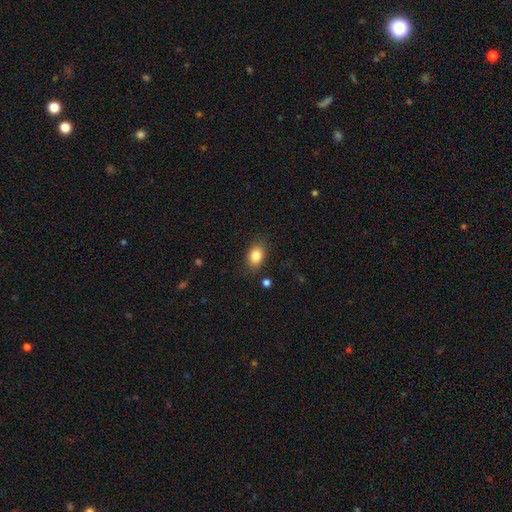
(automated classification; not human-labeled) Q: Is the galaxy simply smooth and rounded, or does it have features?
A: smooth — 84%.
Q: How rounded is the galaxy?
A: in between — 77%.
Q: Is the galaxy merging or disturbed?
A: none — 84%.